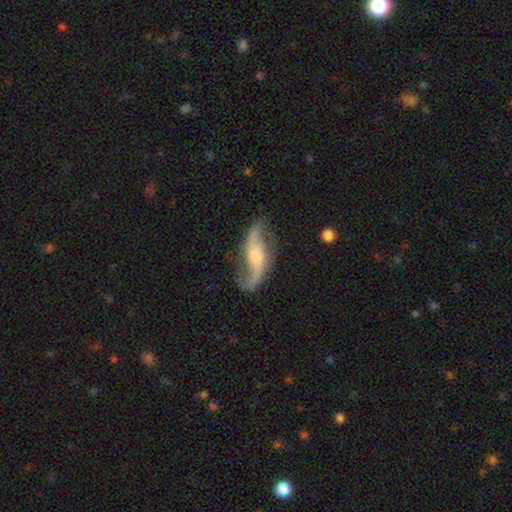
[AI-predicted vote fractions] Smooth or featured? featured or disk (88%)
Edge-on disk? no (93%)
Bar? no (47%)
Spiral arms? yes (96%)
Spiral winding? loose (80%)
Spiral arm count? 2 (92%)
Bulge size? moderate (51%)
Merging? none (74%)